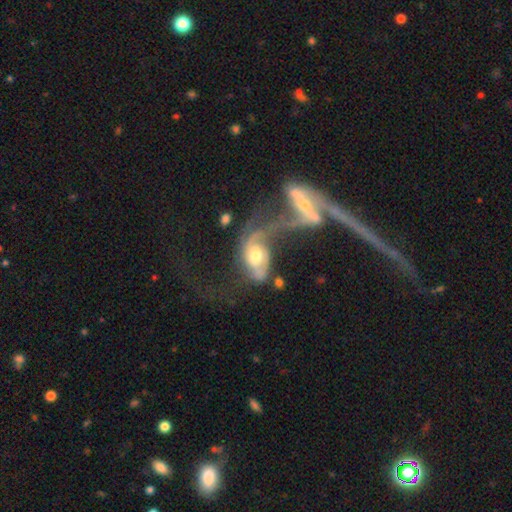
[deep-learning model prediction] This is likely a featured or disk galaxy (75%). It is clearly not viewed edge-on (94%). Bar: possibly no (54%). Spiral arm pattern: clearly yes (84%). Spiral arm count: possibly 2 (59%). Spiral winding: marginally loose (38%). Central bulge: likely moderate (64%). Merging: likely merger (68%).